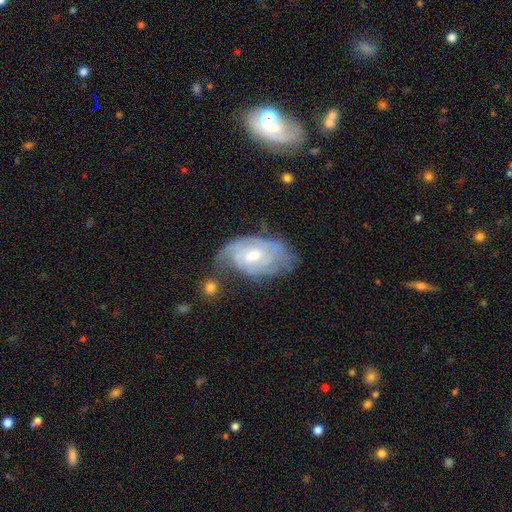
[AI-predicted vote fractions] Q: Smooth or featured?
A: featured or disk (73%); runner-up: smooth (19%)
Q: Edge-on disk?
A: no (95%); runner-up: yes (5%)
Q: Bar?
A: no (54%); runner-up: weak (39%)
Q: Spiral arms?
A: yes (84%); runner-up: no (16%)
Q: Spiral winding?
A: tight (60%); runner-up: medium (30%)
Q: Spiral arm count?
A: can't tell (46%); runner-up: 2 (26%)
Q: Bulge size?
A: moderate (61%); runner-up: small (31%)
Q: Merging?
A: none (53%); runner-up: minor disturbance (27%)